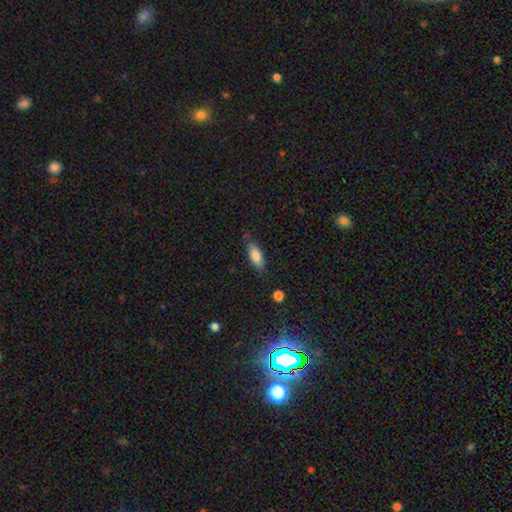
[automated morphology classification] Smooth or featured? smooth (80%)
How rounded? in between (73%)
Merging? none (77%)